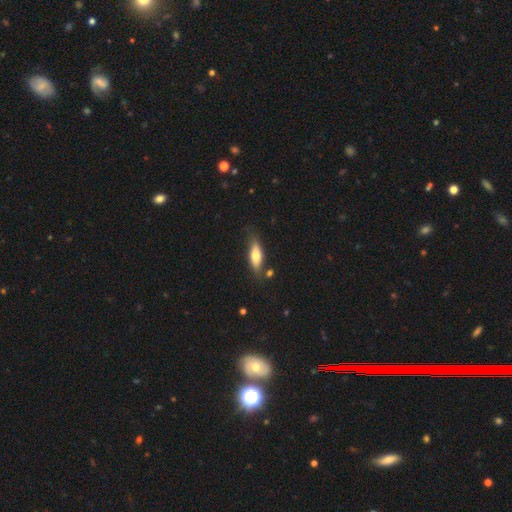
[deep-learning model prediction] Smooth or featured? smooth (70%)
How rounded? in between (61%)
Merging? none (73%)